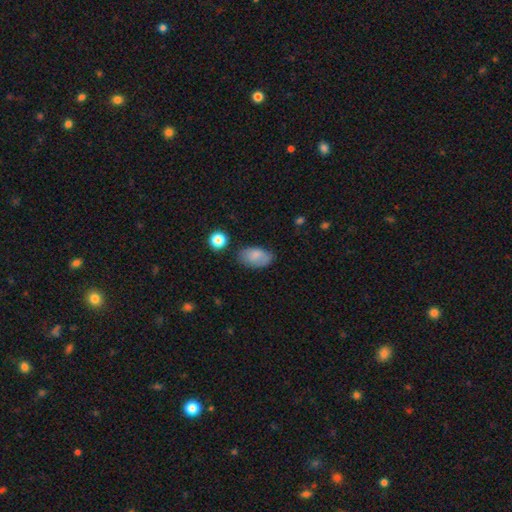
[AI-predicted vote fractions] This is likely a smooth galaxy (79%). How rounded: clearly in between (93%). Merging: likely none (72%).